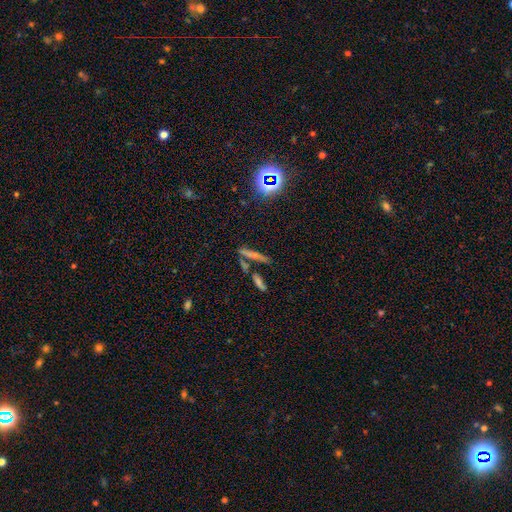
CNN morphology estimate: A smooth galaxy with no disk features (42%). Merging: none (68%).